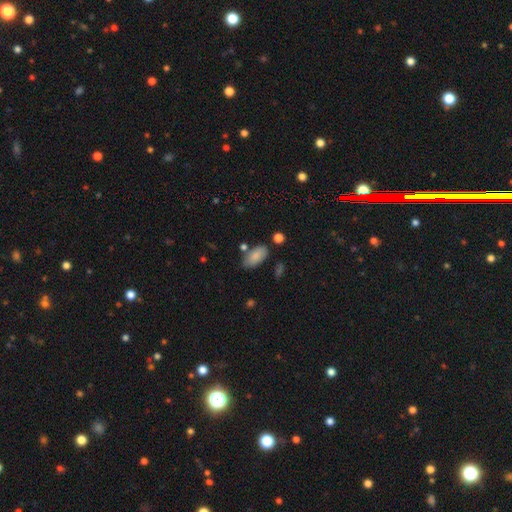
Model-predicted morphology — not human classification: This is clearly a smooth galaxy (85%). How rounded: clearly in between (92%). Merging: likely none (71%).